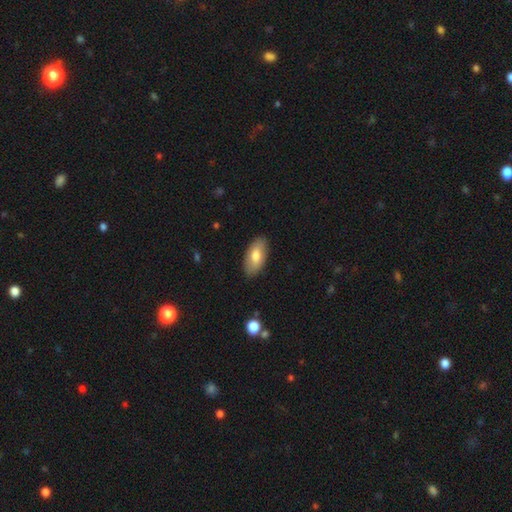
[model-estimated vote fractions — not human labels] Smooth or featured? smooth (74%)
How rounded? in between (93%)
Merging? none (87%)